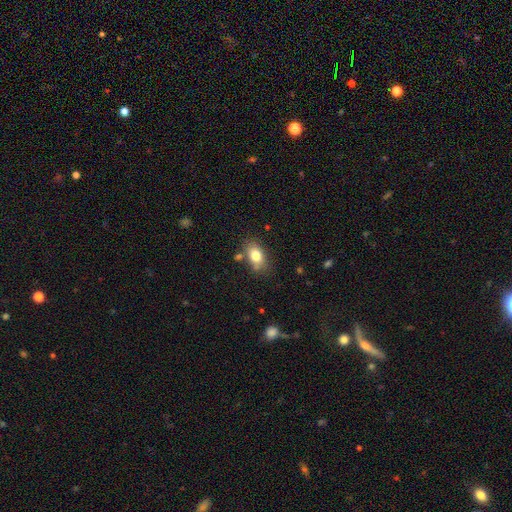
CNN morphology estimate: smooth_or_featured: smooth (p=0.79) [alt: featured or disk p=0.12]
how_rounded: in between (p=0.85) [alt: round p=0.12]
merging: none (p=0.72) [alt: minor disturbance p=0.17]